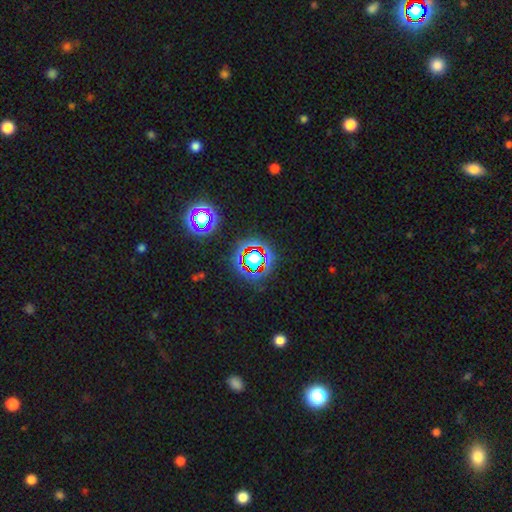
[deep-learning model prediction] Q: Smooth or featured?
A: star or artifact (64%); runner-up: smooth (22%)